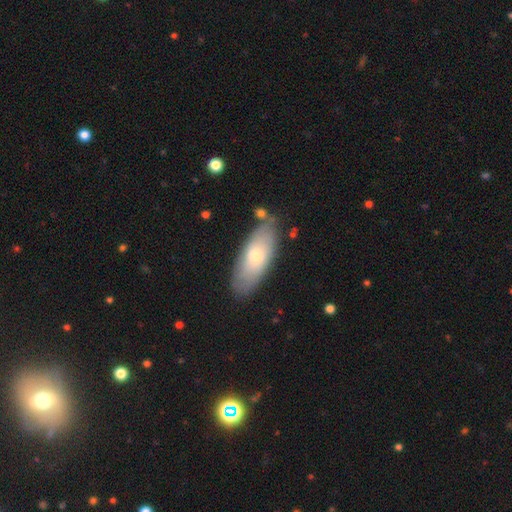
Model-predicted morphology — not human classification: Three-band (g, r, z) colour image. It shows a smooth galaxy with no disk features (67%) that is in between round and cigar-shaped (75%). Merging: none (79%).